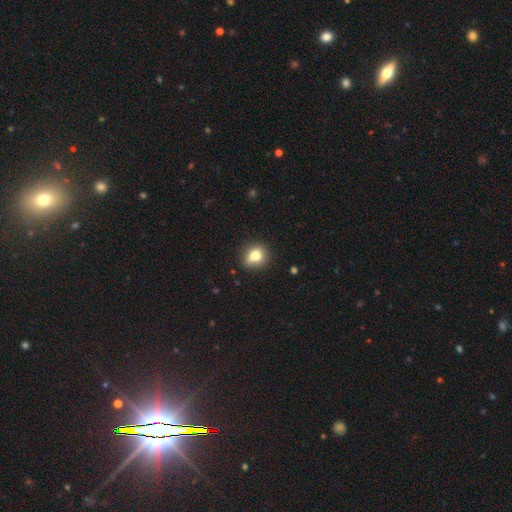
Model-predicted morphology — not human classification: This is likely a smooth galaxy (79%). How rounded: likely round (68%). Merging: likely none (72%).